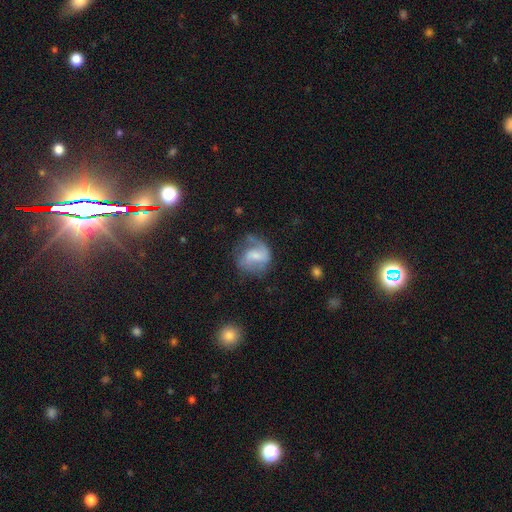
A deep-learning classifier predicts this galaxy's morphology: Smooth or featured? featured or disk (66%)
Edge-on disk? no (98%)
Bar? weak (51%)
Spiral arms? yes (87%)
Spiral winding? medium (46%)
Spiral arm count? 2 (69%)
Bulge size? small (40%)
Merging? none (52%)